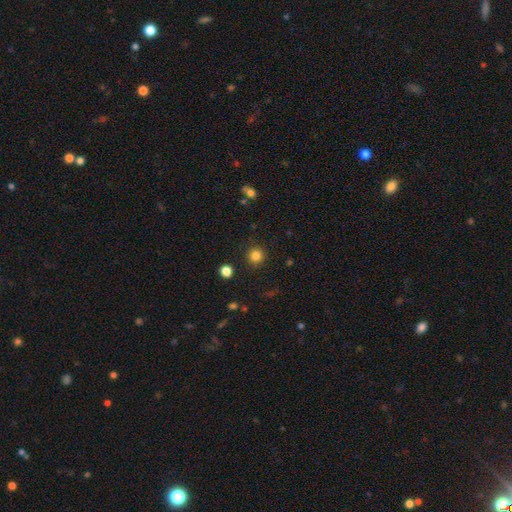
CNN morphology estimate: smooth_or_featured: smooth (p=0.83) [alt: star or artifact p=0.12]
how_rounded: round (p=0.93) [alt: in between p=0.06]
merging: none (p=0.90) [alt: minor disturbance p=0.06]